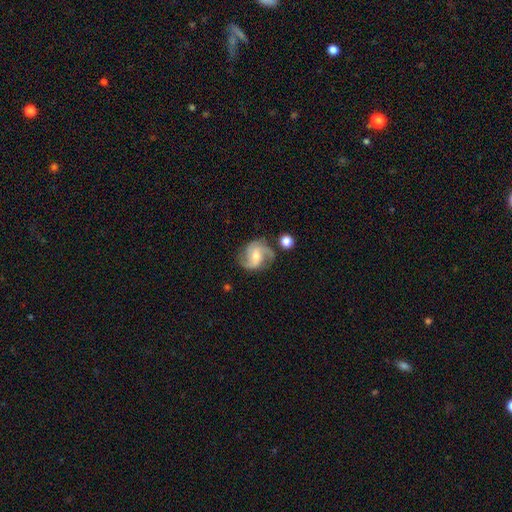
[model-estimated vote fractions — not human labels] smooth-or-featured: featured or disk: 83% | smooth: 11% | star or artifact: 6%
  disk-edge-on: no: 98% | yes: 2%
    bar: no: 49% | weak: 40% | strong: 11%
    has-spiral-arms: yes: 97% | no: 3%
      spiral-winding: medium: 50% | loose: 29% | tight: 20%
      spiral-arm-count: 3: 46% | 2: 36% | can't tell: 7% | 4: 5% | 1: 3% | more than 4: 3%
    bulge-size: moderate: 53% | small: 40% | large: 3% | none: 3% | dominant: 1%
  merging: none: 71% | minor disturbance: 18% | major disturbance: 7% | merger: 4%